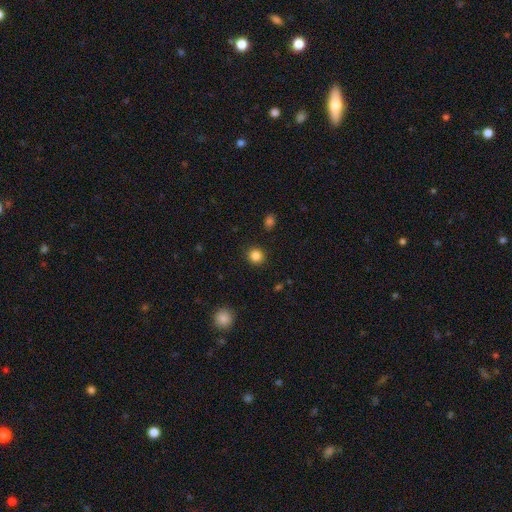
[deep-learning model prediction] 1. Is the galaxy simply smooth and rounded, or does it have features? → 85% smooth, 11% star or artifact, 4% featured or disk.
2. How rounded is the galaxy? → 90% round, 9% in between, 1% cigar-shaped.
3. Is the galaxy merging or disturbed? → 91% none, 6% minor disturbance, 2% major disturbance, 1% merger.